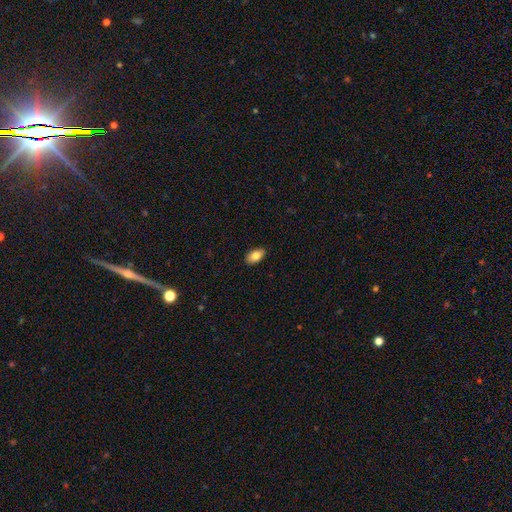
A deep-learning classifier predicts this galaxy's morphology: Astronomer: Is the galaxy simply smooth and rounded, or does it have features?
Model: smooth — 84%.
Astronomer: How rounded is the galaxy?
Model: in between — 93%.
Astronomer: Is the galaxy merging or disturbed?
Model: none — 89%.